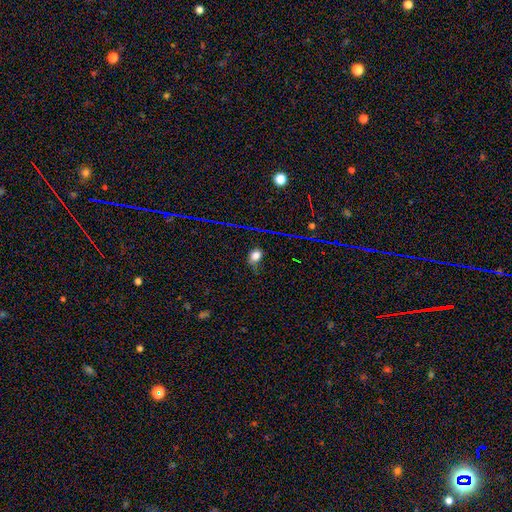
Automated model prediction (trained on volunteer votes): The model was most divided on "merging": none: 59%, minor disturbance: 28%, major disturbance: 11%, merger: 3%. More confident: smooth or featured — smooth (73%); how rounded — in between (67%).